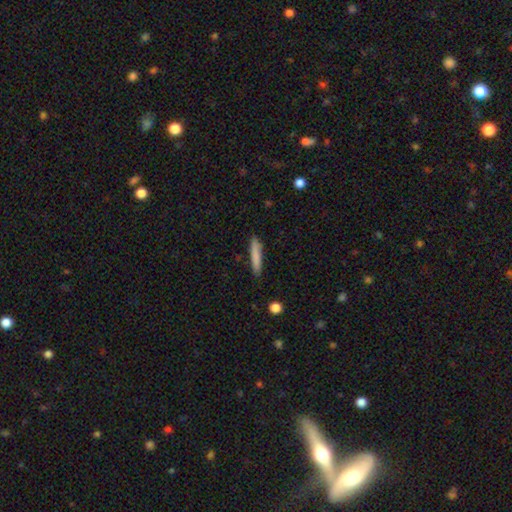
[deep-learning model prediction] smooth-or-featured: smooth: 80% | featured or disk: 14% | star or artifact: 6%
  how-rounded: cigar-shaped: 91% | in between: 7% | round: 1%
  merging: none: 85% | minor disturbance: 11% | major disturbance: 2% | merger: 2%